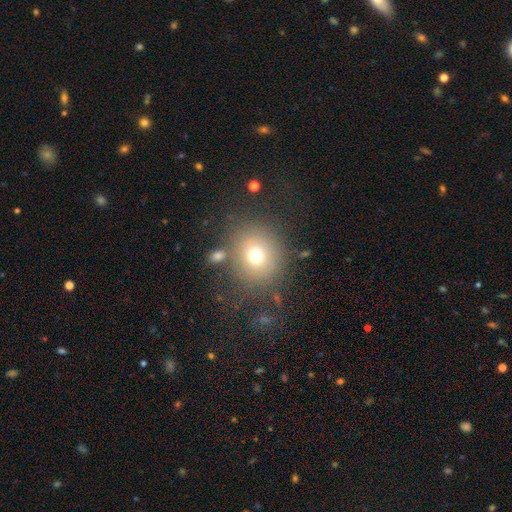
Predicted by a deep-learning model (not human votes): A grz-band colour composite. It shows a smooth galaxy with no disk features (70%) that is round (83%). Merging: none (75%).